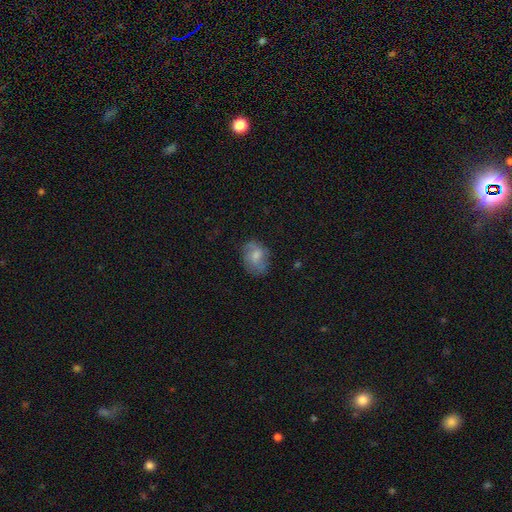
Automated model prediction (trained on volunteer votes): A smooth galaxy with no disk features (65%) that is in between round and cigar-shaped (69%).

Vote fractions:
- Smooth or featured? smooth: 65% / featured or disk: 27% / star or artifact: 8%
- How rounded? in between: 69% / round: 30% / cigar-shaped: 1%
- Merging? none: 62% / minor disturbance: 25% / major disturbance: 11% / merger: 2%